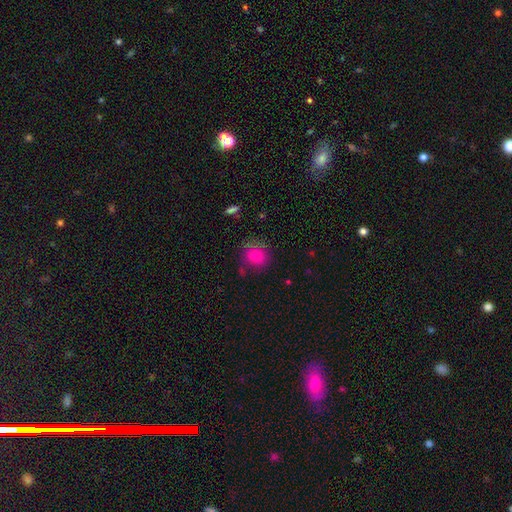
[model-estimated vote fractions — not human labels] A smooth galaxy with no disk features (80%) that is round (82%). Merging: none (71%).